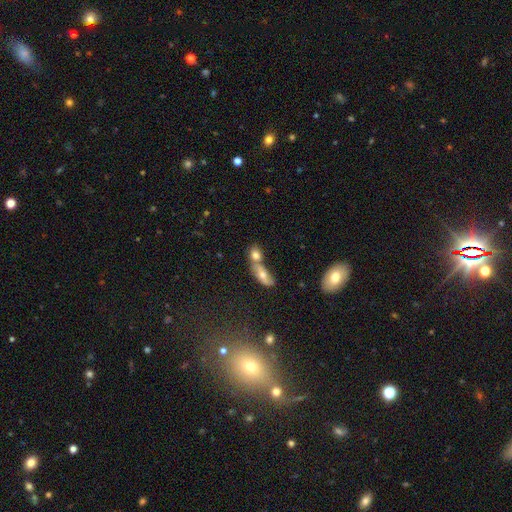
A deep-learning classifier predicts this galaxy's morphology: A smooth galaxy with no disk features (71%) that is in between round and cigar-shaped (54%). Merging: merger (57%).